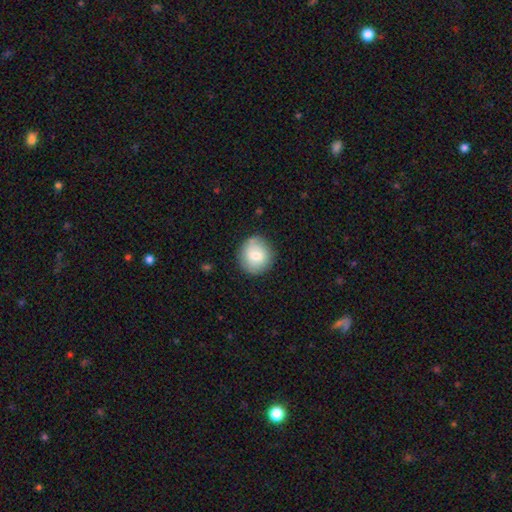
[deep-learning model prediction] This appears to be a smooth galaxy with no disk features (73%) that is round (88%). Merging: none (83%).